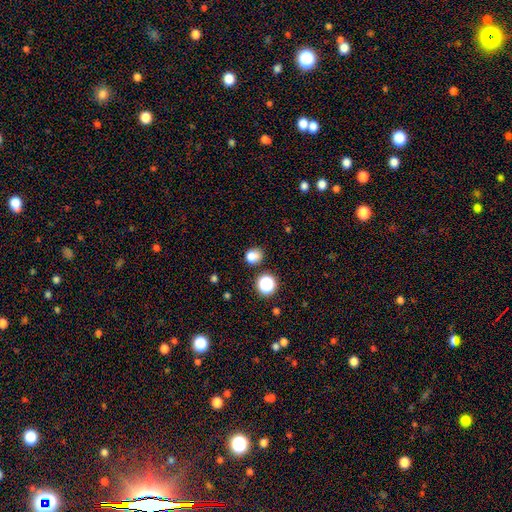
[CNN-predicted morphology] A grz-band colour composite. It shows a smooth galaxy with no disk features (77%) that is round (69%). Merging: none (71%).